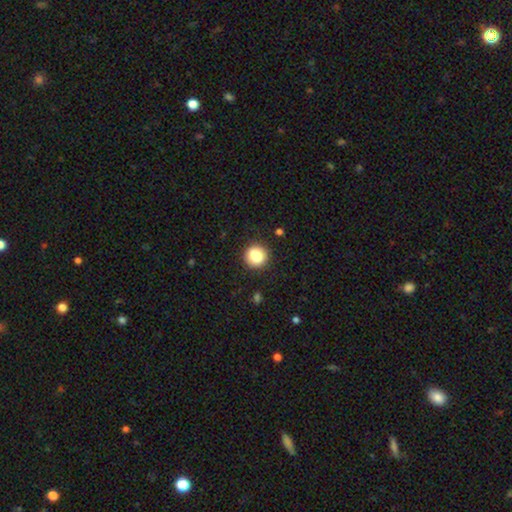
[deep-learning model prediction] smooth_or_featured: smooth (p=0.85) [alt: star or artifact p=0.09]
how_rounded: round (p=0.93) [alt: in between p=0.06]
merging: none (p=0.91) [alt: minor disturbance p=0.06]